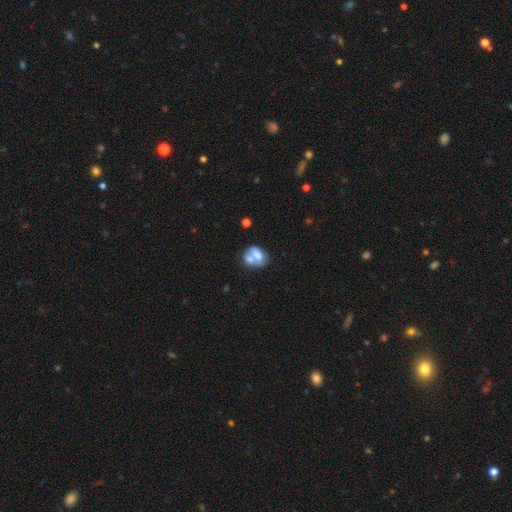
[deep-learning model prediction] smooth-or-featured: smooth: 61% | featured or disk: 31% | star or artifact: 8%
  how-rounded: in between: 68% | round: 31% | cigar-shaped: 1%
  merging: merger: 58% | none: 24% | minor disturbance: 11% | major disturbance: 7%